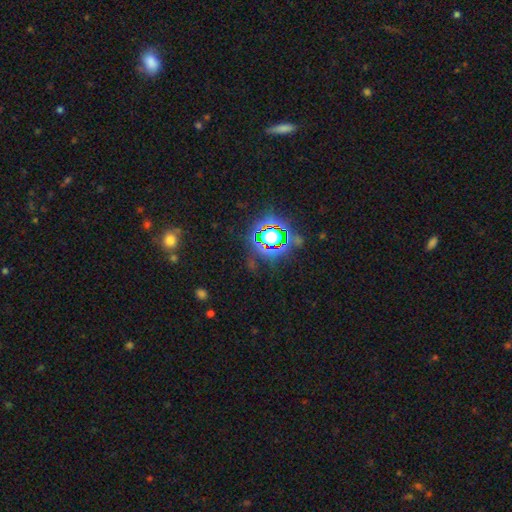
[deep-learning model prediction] Overall: star or artifact (80%).